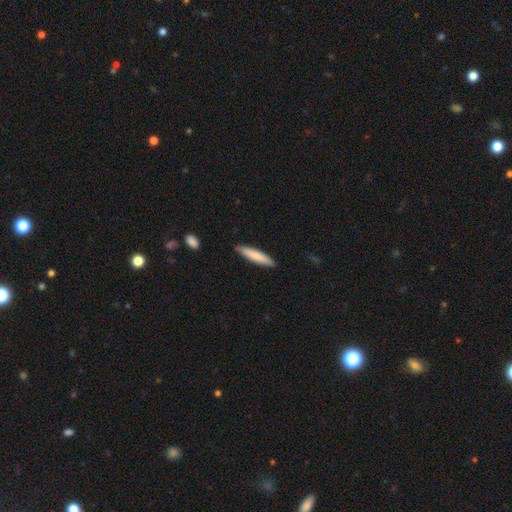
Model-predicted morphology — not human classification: smooth-or-featured: smooth: 80% | featured or disk: 15% | star or artifact: 5%
  how-rounded: cigar-shaped: 85% | in between: 14% | round: 1%
  merging: none: 88% | minor disturbance: 9% | major disturbance: 2% | merger: 1%